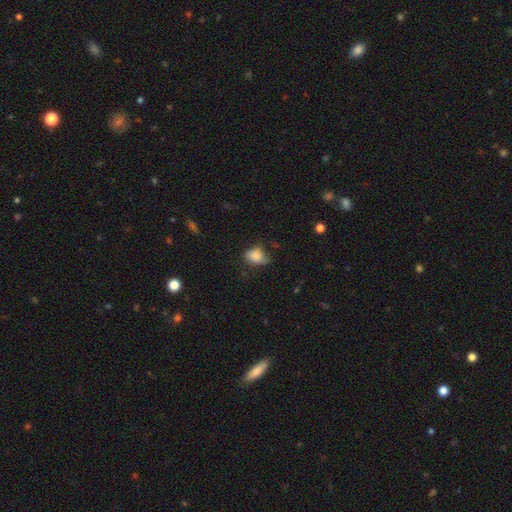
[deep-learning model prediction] smooth_or_featured: smooth (p=0.79) [alt: featured or disk p=0.12]
how_rounded: in between (p=0.72) [alt: round p=0.27]
merging: none (p=0.44) [alt: minor disturbance p=0.37]